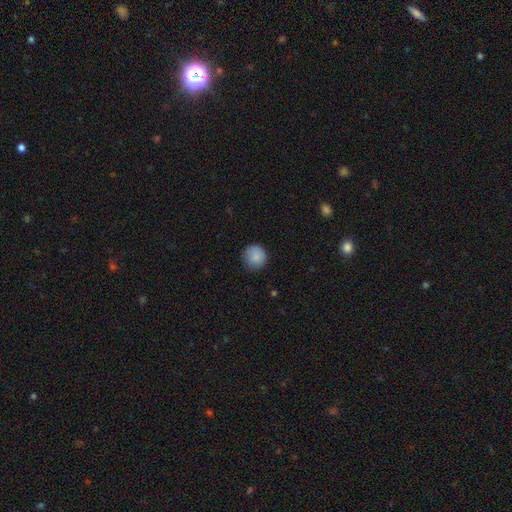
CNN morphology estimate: A smooth galaxy with no disk features (88%) that is round (94%).

Vote fractions:
- Smooth or featured? smooth: 88% / star or artifact: 8% / featured or disk: 4%
- How rounded? round: 94% / in between: 5% / cigar-shaped: 1%
- Merging? none: 85% / minor disturbance: 12% / major disturbance: 2% / merger: 1%